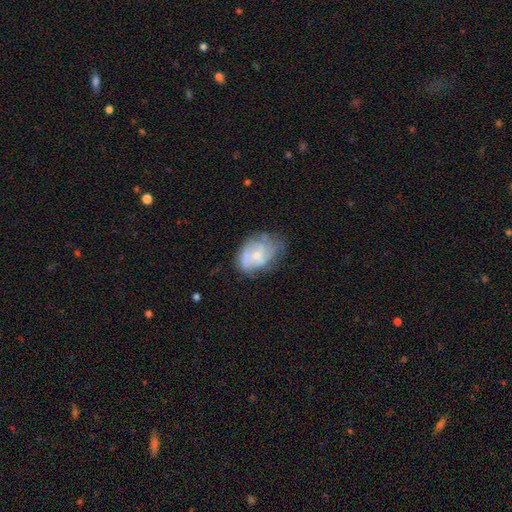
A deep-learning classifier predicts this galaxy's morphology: smooth_or_featured: featured or disk (p=0.68) [alt: smooth p=0.26]
disk_edge_on: no (p=0.97) [alt: yes p=0.03]
bar: no (p=0.63) [alt: weak p=0.33]
has_spiral_arms: yes (p=0.83) [alt: no p=0.17]
spiral_winding: tight (p=0.43) [alt: medium p=0.42]
spiral_arm_count: 2 (p=0.40) [alt: can't tell p=0.33]
bulge_size: small (p=0.53) [alt: moderate p=0.39]
merging: none (p=0.55) [alt: minor disturbance p=0.30]